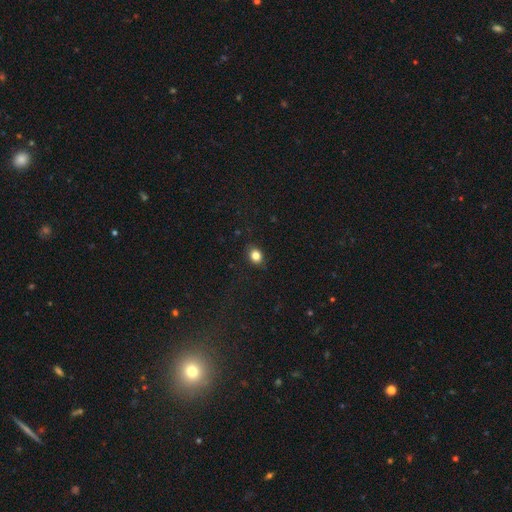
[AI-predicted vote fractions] Smooth or featured? smooth (83%)
How rounded? in between (54%)
Merging? none (86%)